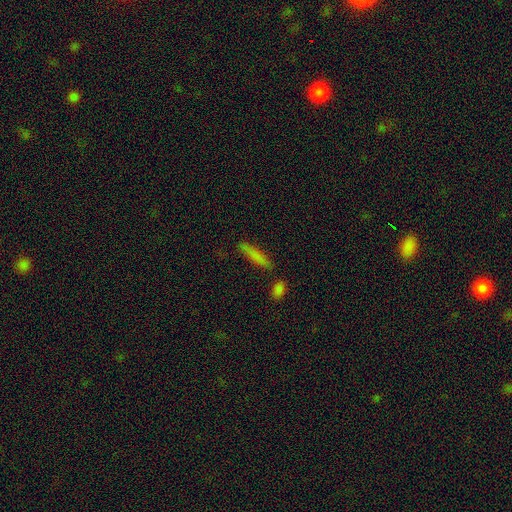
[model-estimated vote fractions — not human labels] Q: Smooth or featured?
A: smooth (77%); runner-up: featured or disk (15%)
Q: How rounded?
A: cigar-shaped (85%); runner-up: in between (13%)
Q: Merging?
A: none (80%); runner-up: minor disturbance (12%)